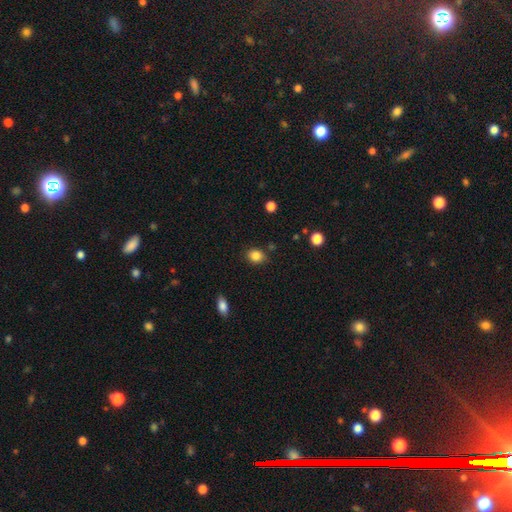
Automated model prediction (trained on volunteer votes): Smooth or featured? Predicted: smooth (p=0.85). How rounded? Predicted: round (p=0.54). Merging? Predicted: none (p=0.83).